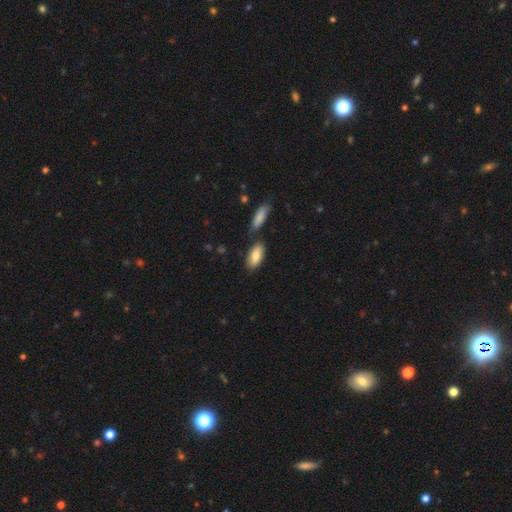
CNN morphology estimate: A smooth galaxy with no disk features (82%) that is in between round and cigar-shaped (87%). Merging: none (69%).